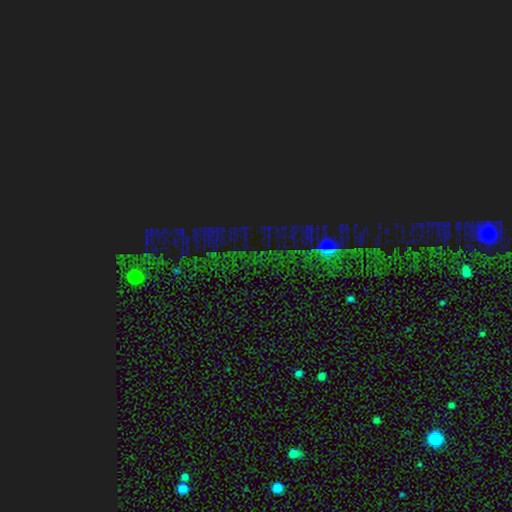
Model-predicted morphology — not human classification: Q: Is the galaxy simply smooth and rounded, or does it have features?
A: star or artifact — 80%.